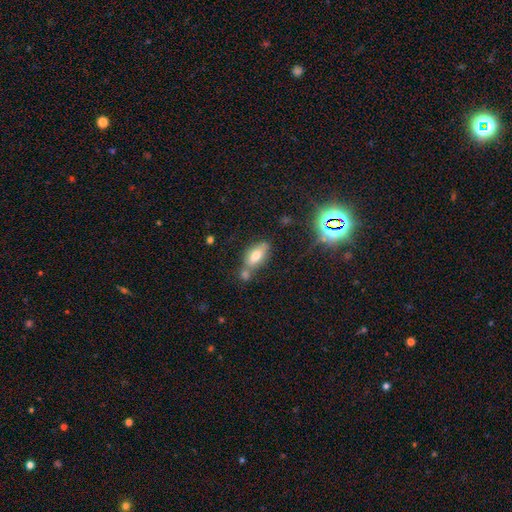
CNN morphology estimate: Q: Smooth or featured?
A: smooth (69%); runner-up: featured or disk (19%)
Q: How rounded?
A: in between (83%); runner-up: cigar-shaped (13%)
Q: Merging?
A: none (55%); runner-up: merger (25%)